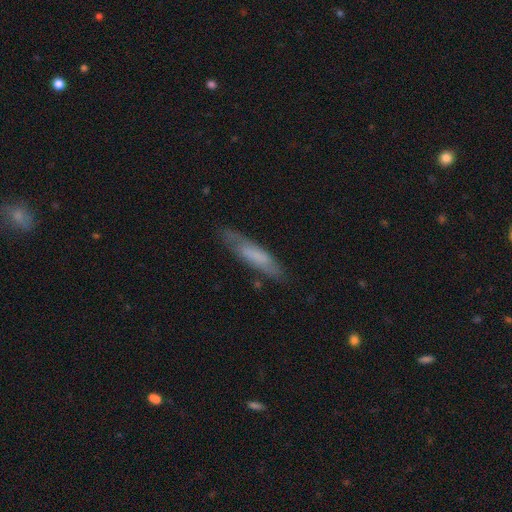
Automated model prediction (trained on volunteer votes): Morphology: type=smooth (59%); roundness=cigar-shaped (79%); merging=none (75%).